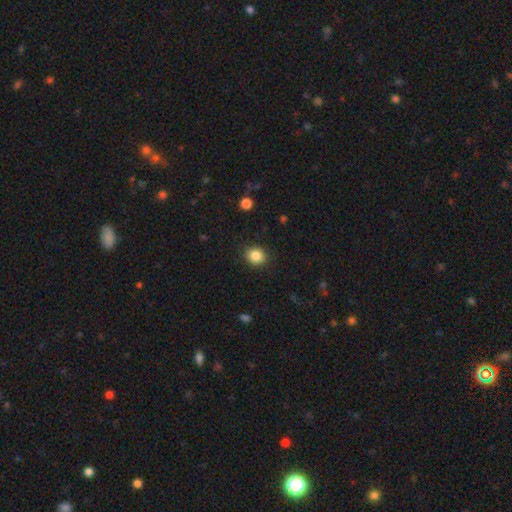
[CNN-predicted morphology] Smooth or featured?
  - smooth: 85% *
  - star or artifact: 10%
  - featured or disk: 5%
How rounded?
  - round: 75% *
  - in between: 24%
  - cigar-shaped: 1%
Merging?
  - none: 89% *
  - minor disturbance: 7%
  - major disturbance: 2%
  - merger: 1%